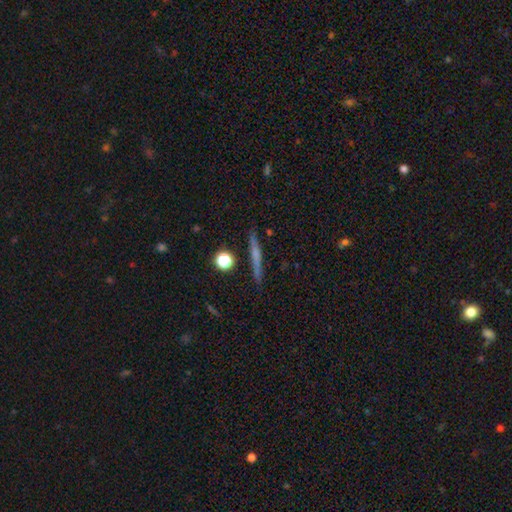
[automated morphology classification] A featured or disk galaxy (52%) viewed edge-on (96%).

Vote fractions:
- Smooth or featured? featured or disk: 52% / smooth: 38% / star or artifact: 10%
- Edge-on disk? yes: 96% / no: 4%
- Merging? none: 88% / minor disturbance: 8% / merger: 2% / major disturbance: 2%